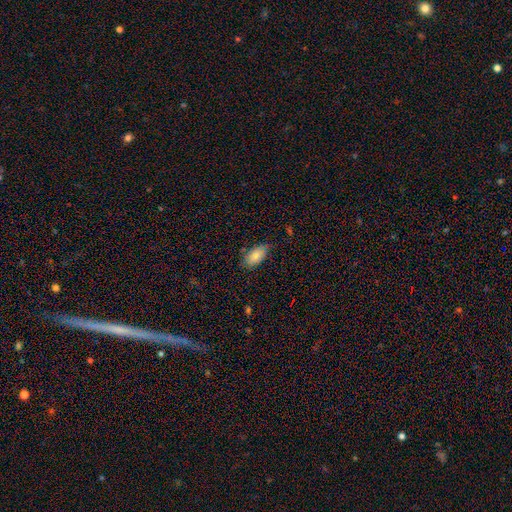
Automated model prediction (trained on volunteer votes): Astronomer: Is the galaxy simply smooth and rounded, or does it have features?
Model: smooth — 82%.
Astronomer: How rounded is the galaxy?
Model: in between — 93%.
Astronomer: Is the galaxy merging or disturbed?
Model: none — 75%.